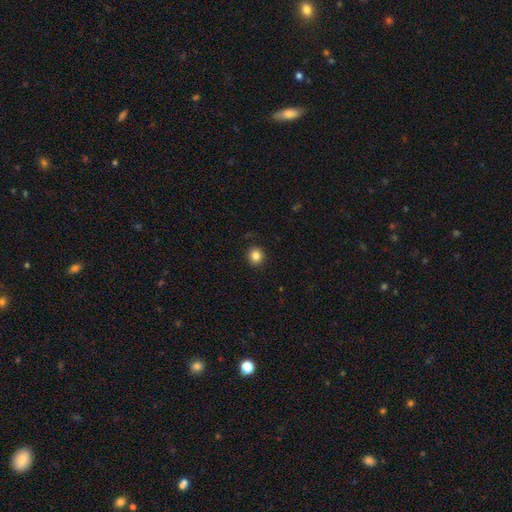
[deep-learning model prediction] A smooth galaxy with no disk features (85%) that is round (88%). Merging: none (91%).